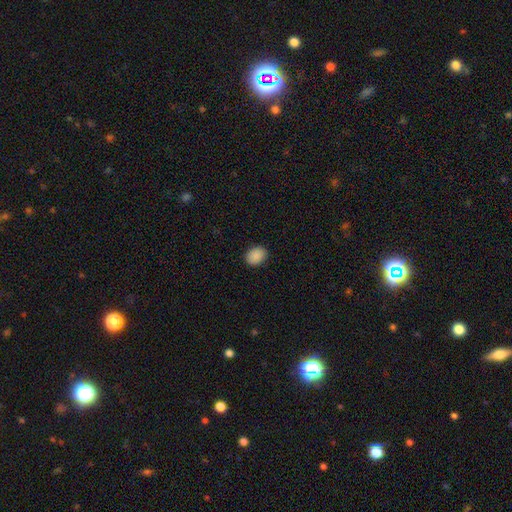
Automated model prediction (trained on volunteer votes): A smooth galaxy with no disk features (89%) that is in between round and cigar-shaped (63%). Merging: none (88%).